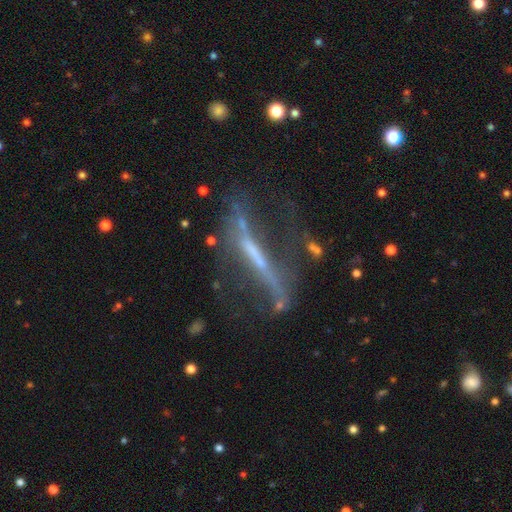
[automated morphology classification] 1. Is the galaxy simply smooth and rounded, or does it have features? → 75% featured or disk, 15% smooth, 10% star or artifact.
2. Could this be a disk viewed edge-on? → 67% yes, 33% no.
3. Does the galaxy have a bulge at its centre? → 63% none, 22% rounded, 15% boxy.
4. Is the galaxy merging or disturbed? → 55% none, 20% minor disturbance, 20% major disturbance, 5% merger.